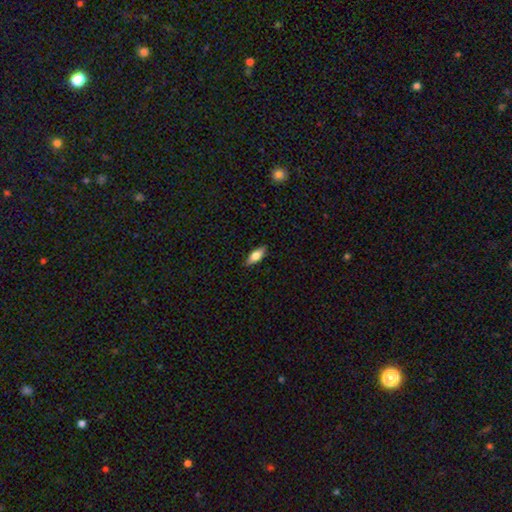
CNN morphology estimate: Overall: smooth (65%; featured or disk 28%). How rounded: in between (74%). Merging: none (87%).